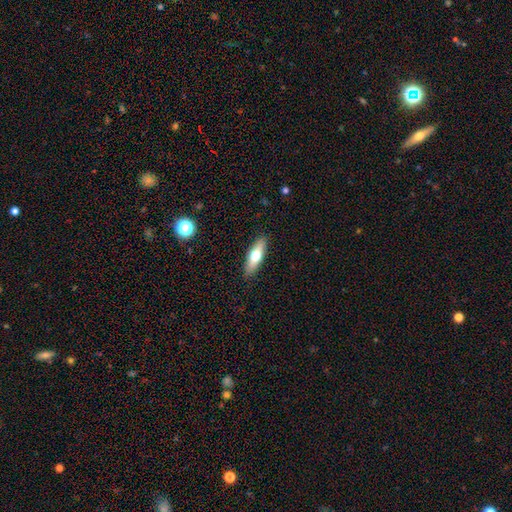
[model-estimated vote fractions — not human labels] Smooth or featured?
  - smooth: 60% *
  - featured or disk: 34%
  - star or artifact: 6%
How rounded?
  - cigar-shaped: 51% *
  - in between: 46%
  - round: 3%
Merging?
  - none: 89% *
  - minor disturbance: 8%
  - major disturbance: 2%
  - merger: 1%